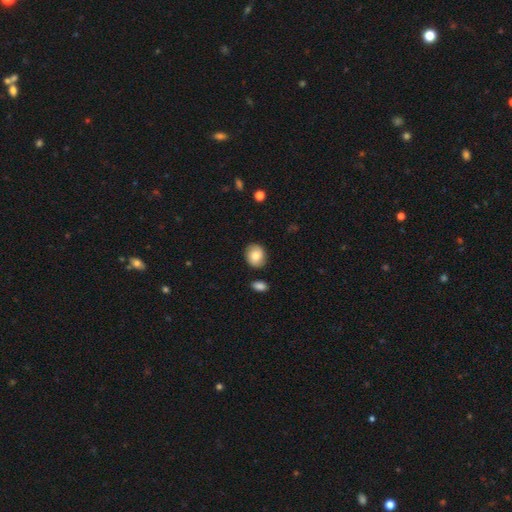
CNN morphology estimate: Overall: smooth (77%). How rounded: round (66%; in between 32%). Merging: none (82%).